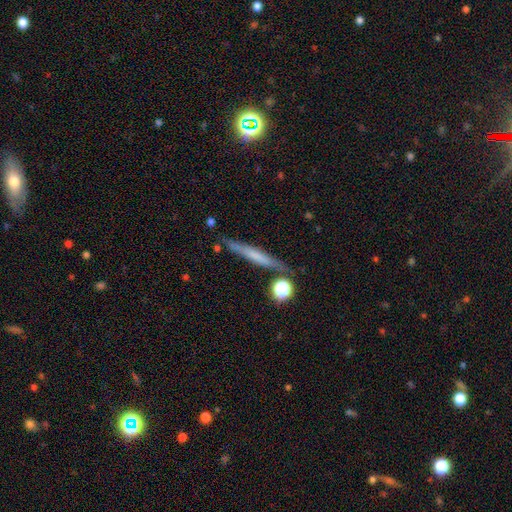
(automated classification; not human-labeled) Overall: smooth (47%; featured or disk 45%). Merging: none (80%).